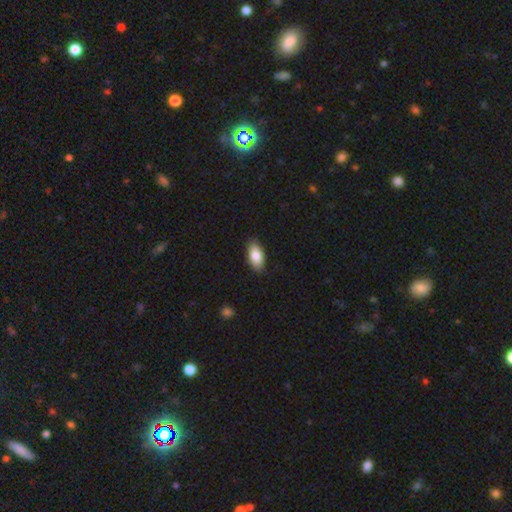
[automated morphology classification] smooth_or_featured: smooth (p=0.84) [alt: featured or disk p=0.09]
how_rounded: in between (p=0.91) [alt: cigar-shaped p=0.06]
merging: none (p=0.87) [alt: minor disturbance p=0.10]